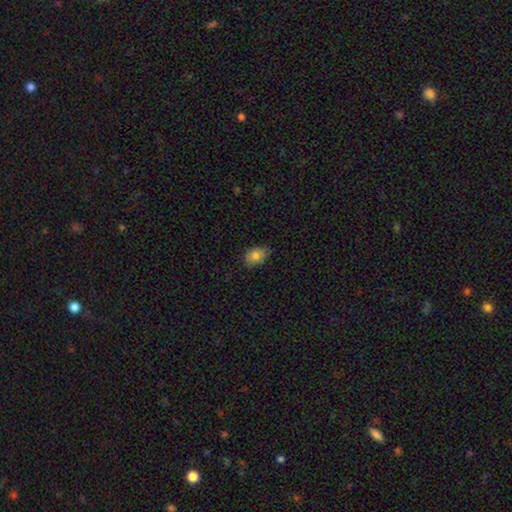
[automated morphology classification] A smooth galaxy with no disk features (82%) that is in between round and cigar-shaped (75%). Merging: none (75%).